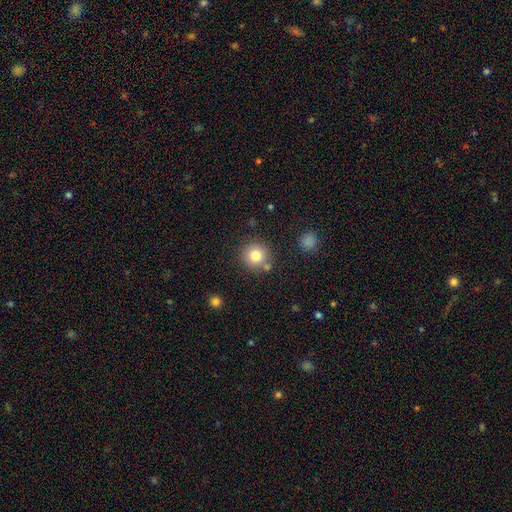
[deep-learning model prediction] A smooth galaxy with no disk features (80%) that is round (93%).

Vote fractions:
- Smooth or featured? smooth: 80% / star or artifact: 11% / featured or disk: 9%
- How rounded? round: 93% / in between: 6% / cigar-shaped: 1%
- Merging? none: 79% / merger: 10% / minor disturbance: 9% / major disturbance: 3%